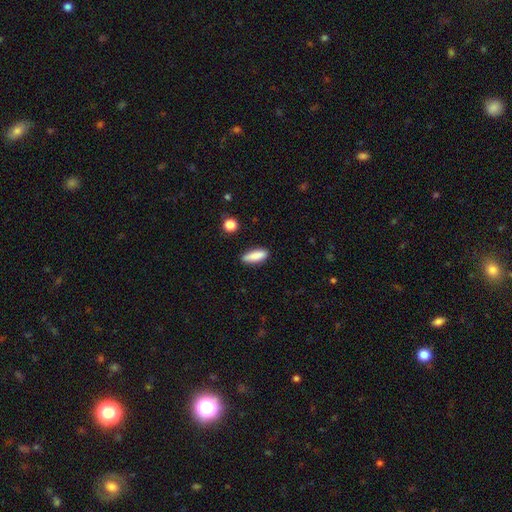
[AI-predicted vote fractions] This appears to be a smooth galaxy with no disk features (86%) that is in between round and cigar-shaped (50%). Merging: none (84%).